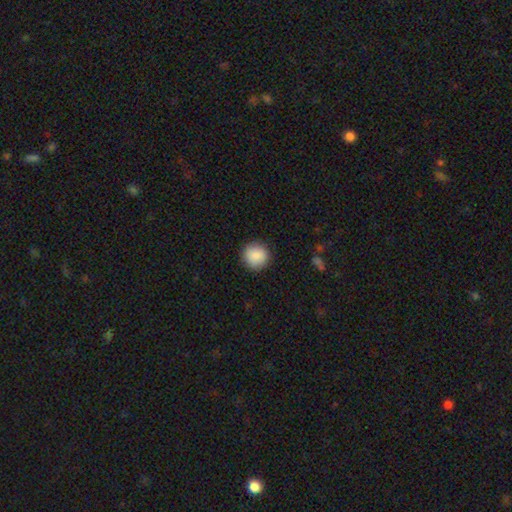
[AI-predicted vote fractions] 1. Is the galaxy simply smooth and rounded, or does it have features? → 89% smooth, 7% star or artifact, 4% featured or disk.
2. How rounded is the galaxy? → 94% round, 5% in between, 1% cigar-shaped.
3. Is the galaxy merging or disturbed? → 90% none, 6% minor disturbance, 2% major disturbance, 1% merger.